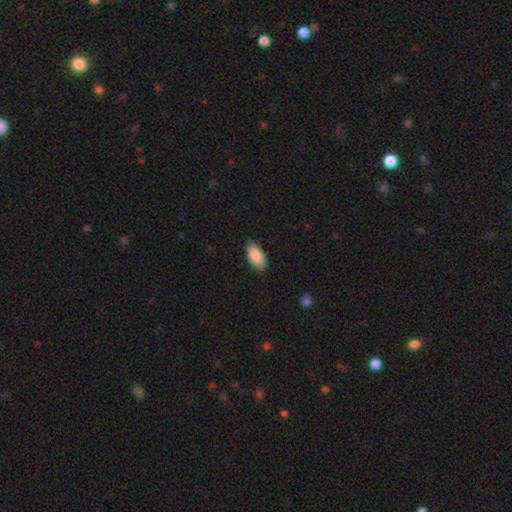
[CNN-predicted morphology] Q: Smooth or featured?
A: smooth (89%); runner-up: star or artifact (6%)
Q: How rounded?
A: in between (94%); runner-up: cigar-shaped (4%)
Q: Merging?
A: none (87%); runner-up: minor disturbance (10%)